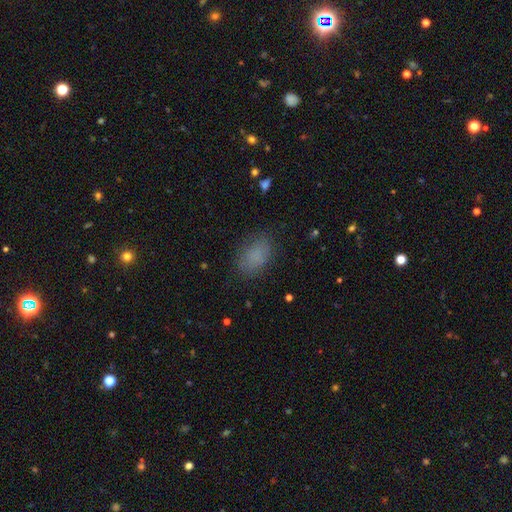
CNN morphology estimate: Smooth or featured?
  - smooth: 82% *
  - star or artifact: 12%
  - featured or disk: 7%
How rounded?
  - in between: 84% *
  - round: 14%
  - cigar-shaped: 2%
Merging?
  - none: 78% *
  - minor disturbance: 15%
  - major disturbance: 5%
  - merger: 1%